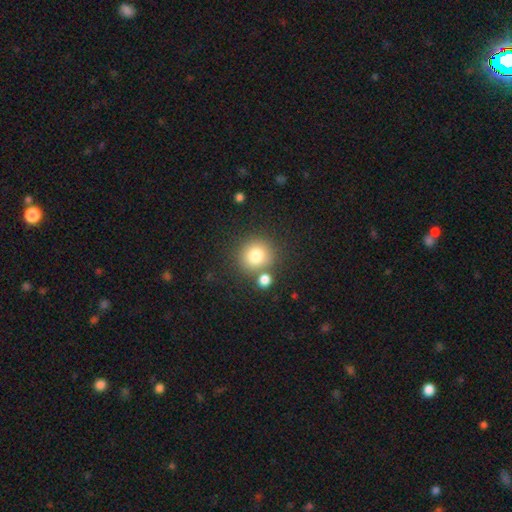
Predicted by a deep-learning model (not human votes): The model was most divided on "merging": none: 72%, merger: 15%, minor disturbance: 9%, major disturbance: 3%. More confident: how rounded — round (88%); smooth or featured — smooth (79%).